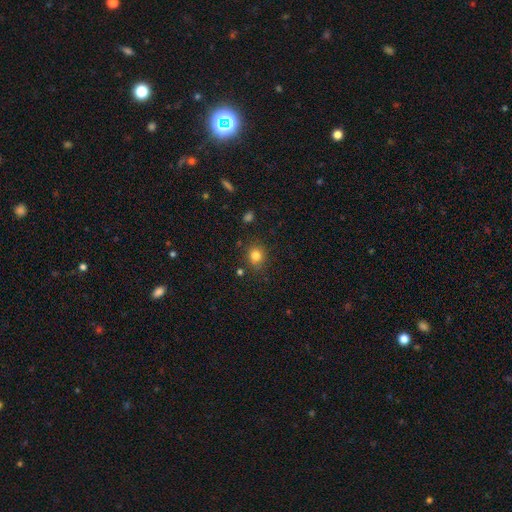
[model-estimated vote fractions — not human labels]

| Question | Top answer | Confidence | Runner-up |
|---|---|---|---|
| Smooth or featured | smooth | 81% | star or artifact (13%) |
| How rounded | round | 77% | in between (22%) |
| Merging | none | 84% | minor disturbance (10%) |